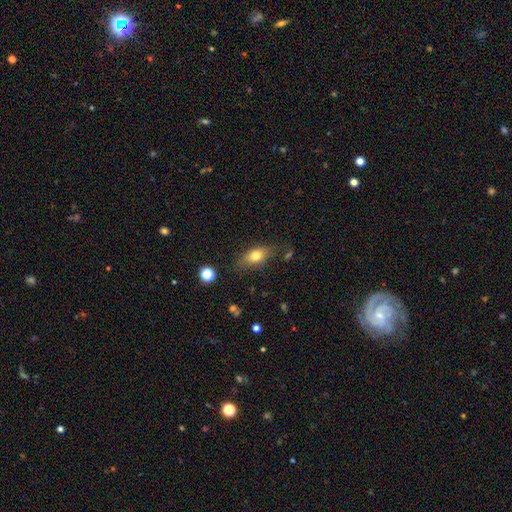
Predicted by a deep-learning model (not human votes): Smooth or featured? Predicted: smooth (p=0.74). How rounded? Predicted: in between (p=0.78). Merging? Predicted: none (p=0.71).